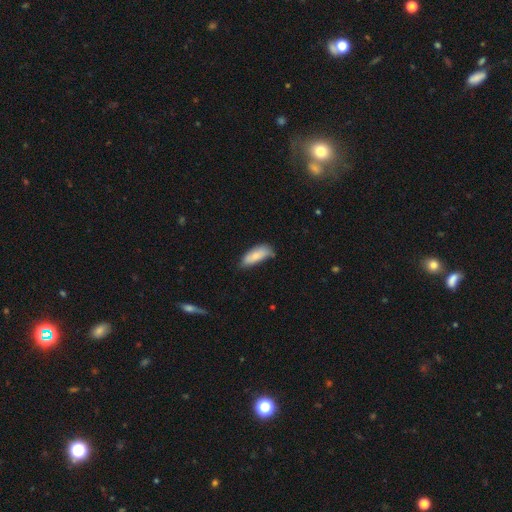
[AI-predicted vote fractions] The model was most divided on "merging": none: 59%, minor disturbance: 32%, major disturbance: 6%, merger: 3%. More confident: smooth or featured — smooth (81%); how rounded — in between (70%).